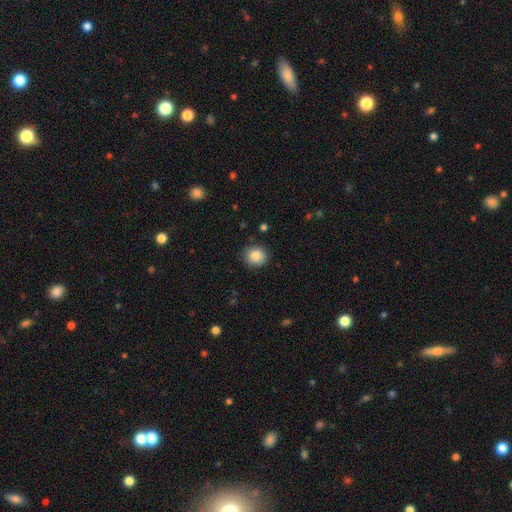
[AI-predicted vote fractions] smooth-or-featured: smooth: 86% | star or artifact: 9% | featured or disk: 5%
  how-rounded: round: 83% | in between: 16% | cigar-shaped: 1%
  merging: none: 87% | minor disturbance: 10% | major disturbance: 2% | merger: 1%